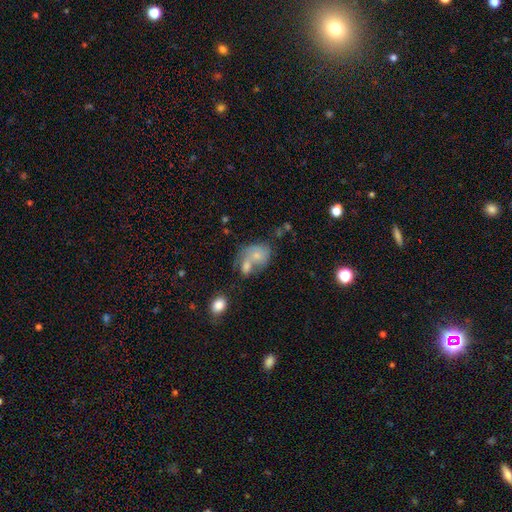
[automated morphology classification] Smooth or featured? smooth (55%)
How rounded? in between (61%)
Merging? merger (54%)